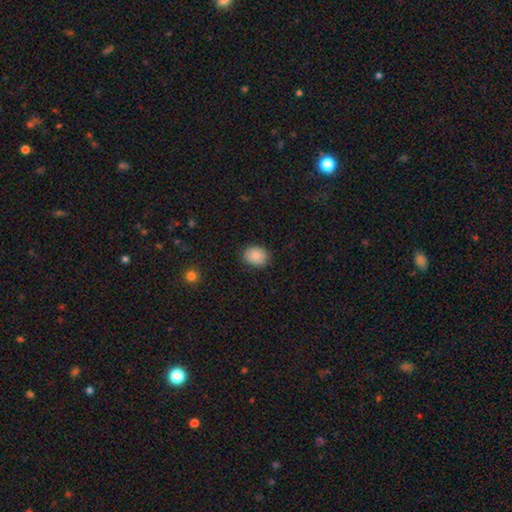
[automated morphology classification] smooth_or_featured: smooth (p=0.86) [alt: star or artifact p=0.08]
how_rounded: in between (p=0.52) [alt: round p=0.47]
merging: none (p=0.82) [alt: minor disturbance p=0.14]